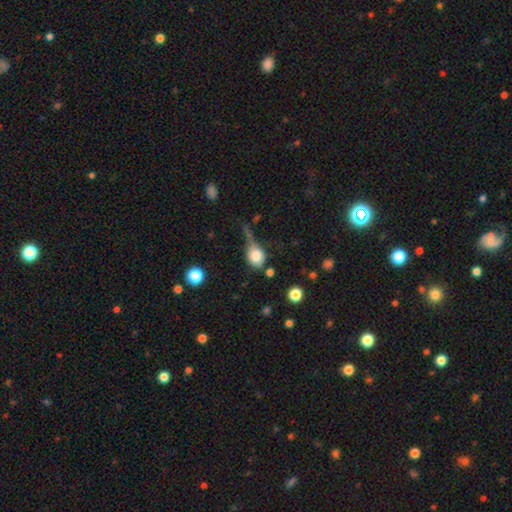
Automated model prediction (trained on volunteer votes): Overall: smooth (76%). How rounded: round (52%; in between 46%). Merging: none (31%; major disturbance 28%).